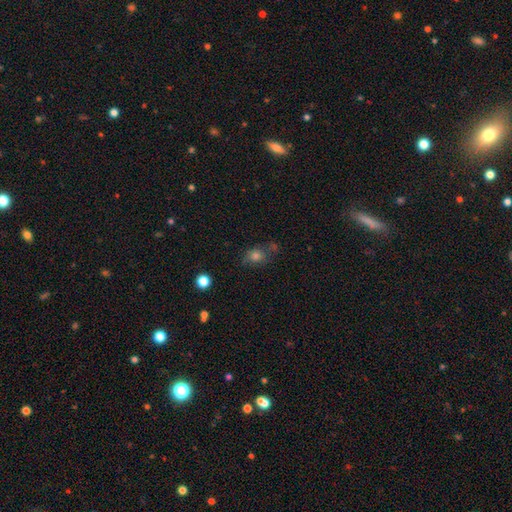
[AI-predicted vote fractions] Morphology: type=smooth (67%); roundness=round (53%); merging=none (62%).